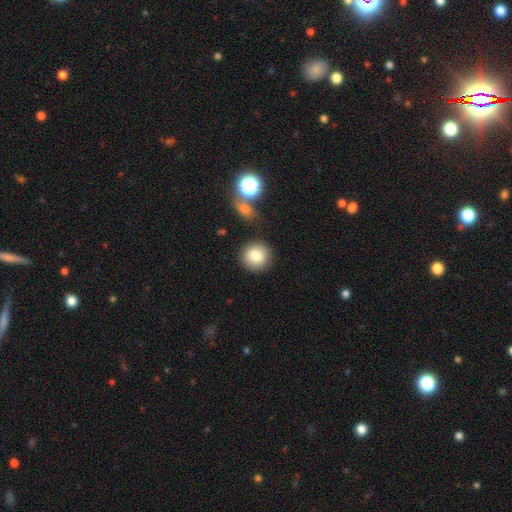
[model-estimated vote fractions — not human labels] The model was most divided on "smooth or featured": smooth: 83%, star or artifact: 9%, featured or disk: 8%. More confident: how rounded — round (91%); merging — none (84%).